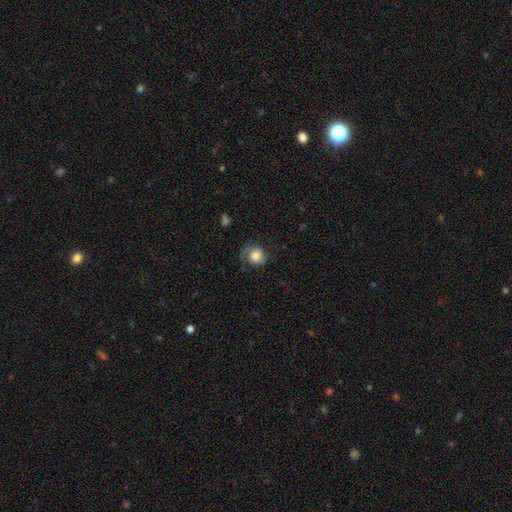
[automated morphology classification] This appears to be a smooth galaxy with no disk features (60%) that is round (80%). Merging: none (58%).